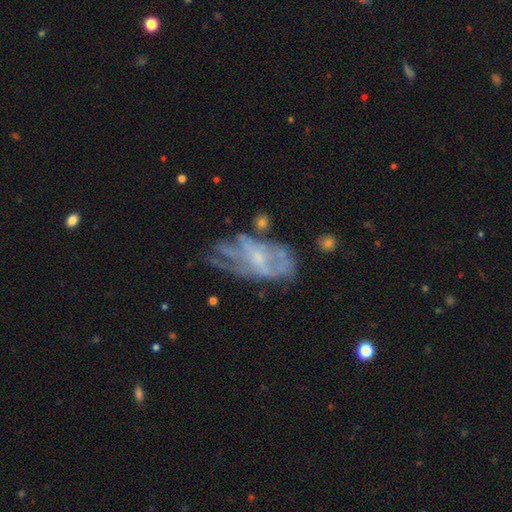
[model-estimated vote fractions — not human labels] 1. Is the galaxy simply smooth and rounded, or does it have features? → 71% featured or disk, 19% smooth, 10% star or artifact.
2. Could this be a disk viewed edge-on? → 94% no, 6% yes.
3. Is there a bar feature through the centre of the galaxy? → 65% no, 29% weak, 7% strong.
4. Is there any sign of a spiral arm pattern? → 56% yes, 44% no.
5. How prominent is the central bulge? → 60% small, 23% moderate, 14% none, 2% large, 1% dominant.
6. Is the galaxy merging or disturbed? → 42% none, 27% major disturbance, 24% minor disturbance, 8% merger.